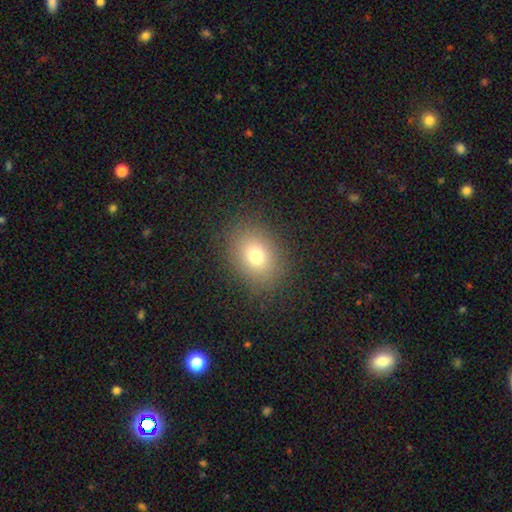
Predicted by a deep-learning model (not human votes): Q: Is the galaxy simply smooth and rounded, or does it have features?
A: smooth — 75%.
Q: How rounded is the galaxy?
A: in between — 56%.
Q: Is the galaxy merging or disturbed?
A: none — 87%.